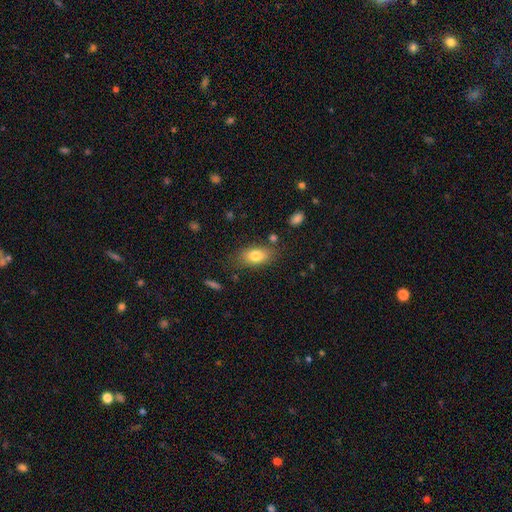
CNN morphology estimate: Smooth or featured: smooth — 79% (featured or disk — 13%)
How rounded: in between — 86% (round — 8%)
Merging: none — 77% (minor disturbance — 15%)